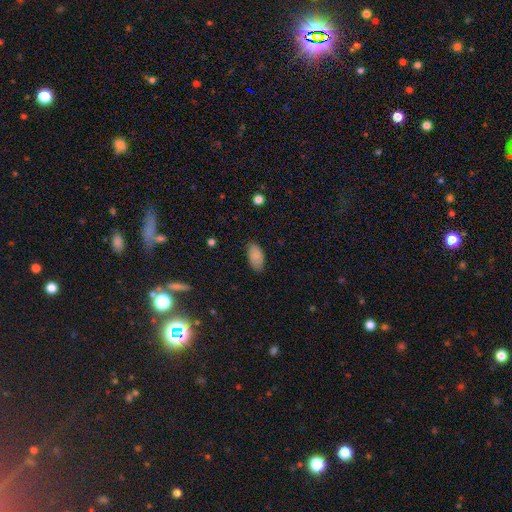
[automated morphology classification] smooth_or_featured: smooth (p=0.86) [alt: star or artifact p=0.08]
how_rounded: in between (p=0.94) [alt: round p=0.03]
merging: none (p=0.80) [alt: minor disturbance p=0.16]